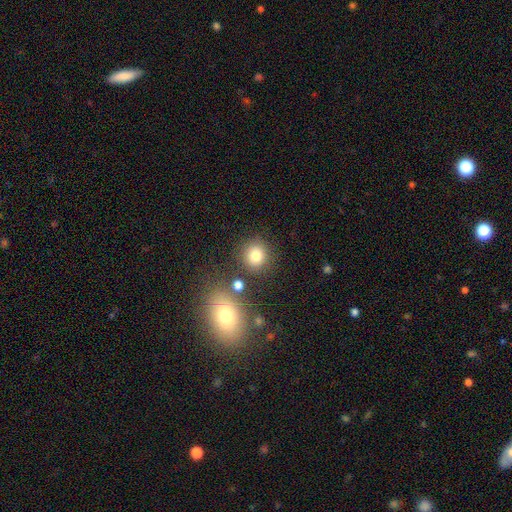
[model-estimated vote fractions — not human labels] The model was most divided on "smooth or featured": smooth: 80%, star or artifact: 13%, featured or disk: 8%. More confident: how rounded — round (84%); merging — none (80%).